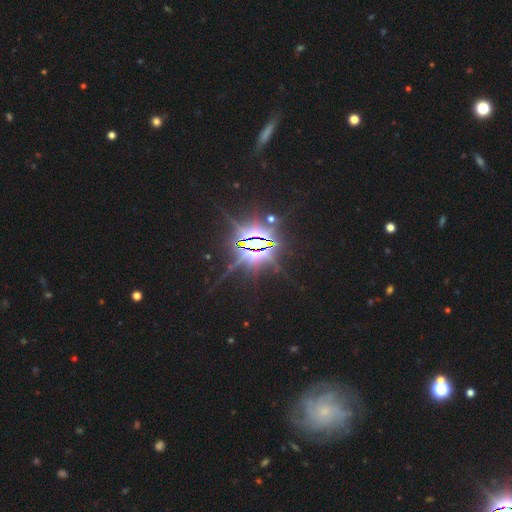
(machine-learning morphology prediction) Overall: star or artifact (79%).